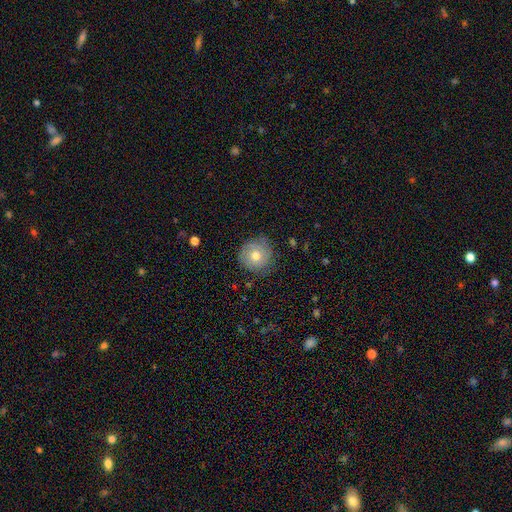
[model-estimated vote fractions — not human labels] The model was most divided on "smooth or featured": smooth: 65%, featured or disk: 26%, star or artifact: 9%. More confident: how rounded — round (92%); merging — none (79%).